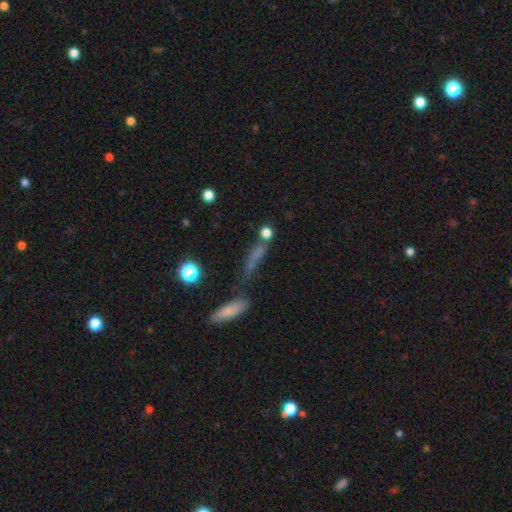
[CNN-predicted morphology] Overall: smooth (52%; star or artifact 24%). How rounded: cigar-shaped (68%). Merging: none (50%; merger 23%).